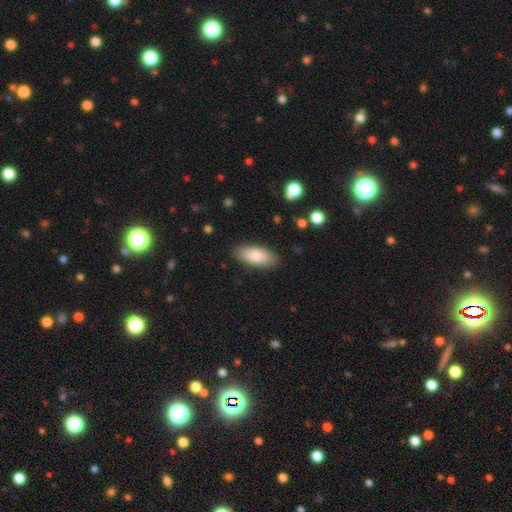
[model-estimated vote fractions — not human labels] smooth_or_featured: smooth (p=0.82) [alt: featured or disk p=0.12]
how_rounded: in between (p=0.86) [alt: cigar-shaped p=0.12]
merging: none (p=0.86) [alt: minor disturbance p=0.10]